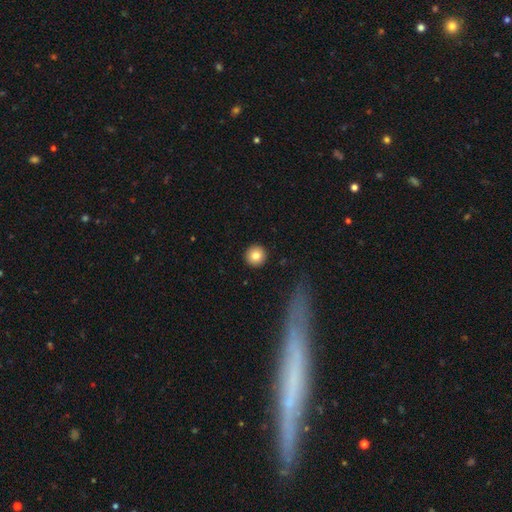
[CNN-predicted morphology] smooth-or-featured: smooth: 83% | star or artifact: 9% | featured or disk: 8%
  how-rounded: round: 96% | in between: 3% | cigar-shaped: 1%
  merging: none: 93% | minor disturbance: 5% | major disturbance: 2% | merger: 1%